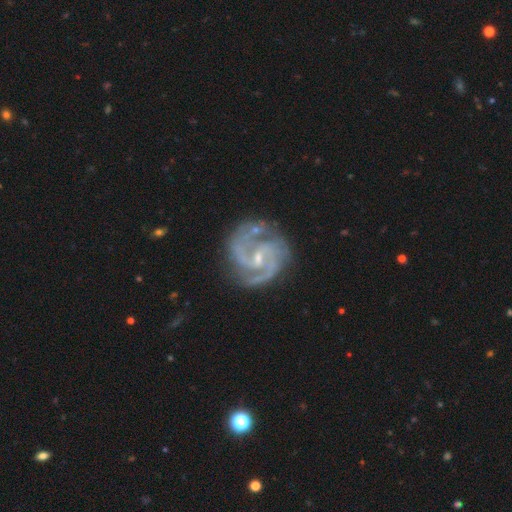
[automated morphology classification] This appears to be a featured or disk galaxy (91%) with a weak bar (46%), 2 (68%) medium (57%) spiral arms (98%) and a small central bulge (73%). Merging: none (73%).